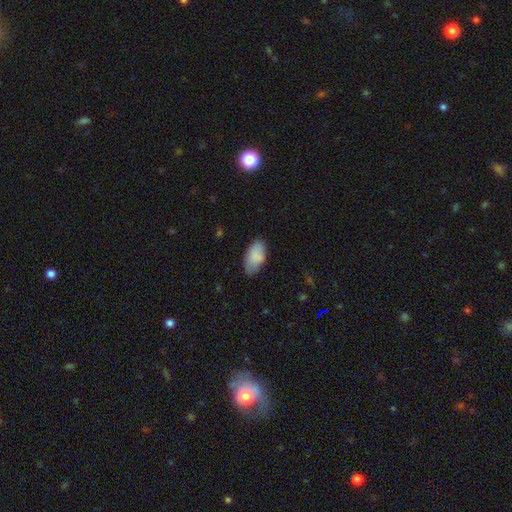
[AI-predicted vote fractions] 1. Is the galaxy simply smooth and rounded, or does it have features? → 88% smooth, 6% featured or disk, 6% star or artifact.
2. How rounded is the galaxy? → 95% in between, 3% round, 2% cigar-shaped.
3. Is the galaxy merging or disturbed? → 77% none, 19% minor disturbance, 3% major disturbance, 1% merger.